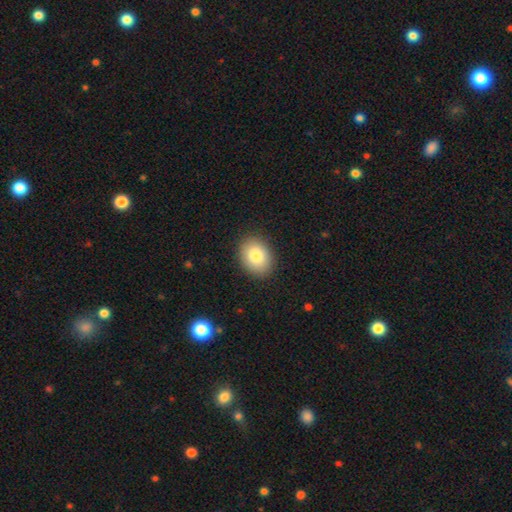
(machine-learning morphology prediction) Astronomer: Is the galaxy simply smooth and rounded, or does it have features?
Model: smooth — 85%.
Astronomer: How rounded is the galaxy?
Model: in between — 64%.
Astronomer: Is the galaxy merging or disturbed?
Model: none — 89%.